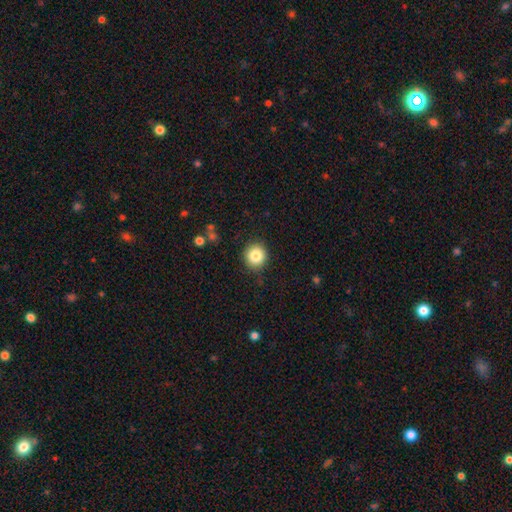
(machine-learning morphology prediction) Q: Smooth or featured?
A: smooth (84%); runner-up: star or artifact (10%)
Q: How rounded?
A: round (93%); runner-up: in between (7%)
Q: Merging?
A: none (89%); runner-up: minor disturbance (8%)